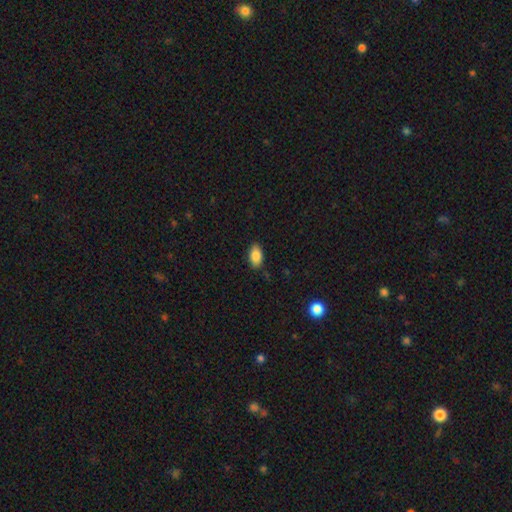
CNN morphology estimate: A smooth galaxy with no disk features (86%) that is in between round and cigar-shaped (92%). Merging: none (85%).